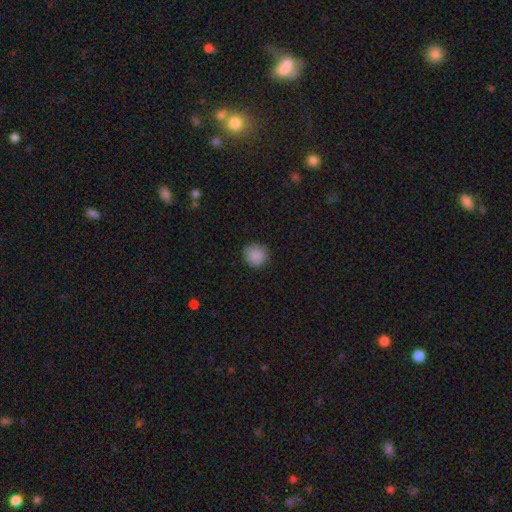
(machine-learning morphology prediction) Smooth or featured? Predicted: smooth (p=0.88). How rounded? Predicted: round (p=0.92). Merging? Predicted: none (p=0.89).